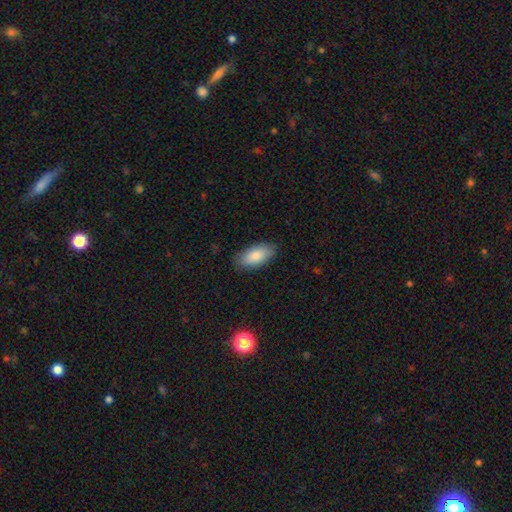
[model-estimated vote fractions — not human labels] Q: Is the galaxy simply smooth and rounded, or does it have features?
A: smooth — 87%.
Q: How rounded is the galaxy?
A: in between — 92%.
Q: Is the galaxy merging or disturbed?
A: none — 85%.